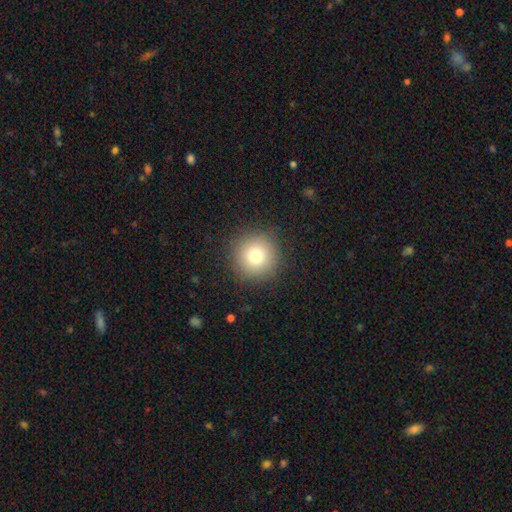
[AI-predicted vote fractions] smooth_or_featured: smooth (p=0.76) [alt: star or artifact p=0.13]
how_rounded: round (p=0.96) [alt: in between p=0.03]
merging: none (p=0.90) [alt: minor disturbance p=0.06]